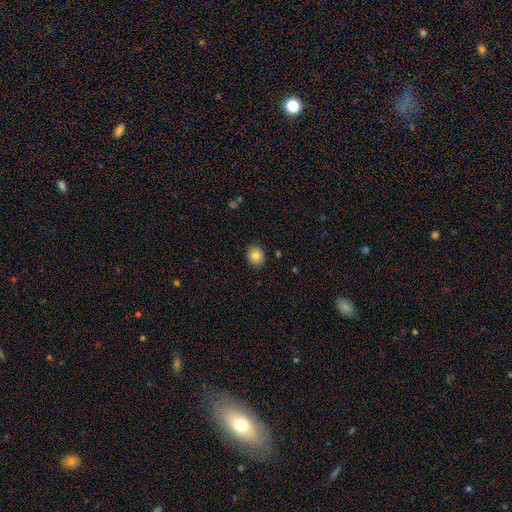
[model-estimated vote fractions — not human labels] Smooth or featured? Predicted: smooth (p=0.83). How rounded? Predicted: round (p=0.68). Merging? Predicted: none (p=0.89).